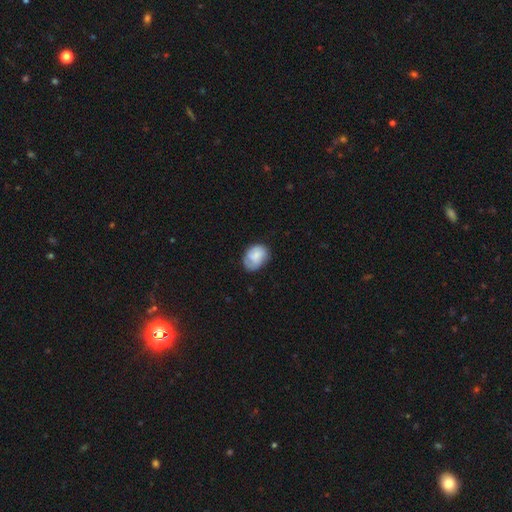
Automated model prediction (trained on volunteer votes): A smooth galaxy with no disk features (72%) that is in between round and cigar-shaped (71%).

Vote fractions:
- Smooth or featured? smooth: 72% / featured or disk: 20% / star or artifact: 7%
- How rounded? in between: 71% / round: 28% / cigar-shaped: 1%
- Merging? none: 60% / minor disturbance: 30% / major disturbance: 9% / merger: 2%